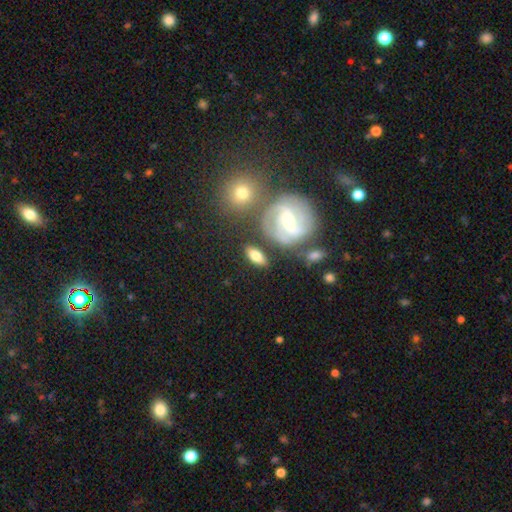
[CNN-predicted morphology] The model was most divided on "smooth or featured": smooth: 58%, featured or disk: 35%, star or artifact: 7%. More confident: how rounded — in between (80%); merging — none (77%).